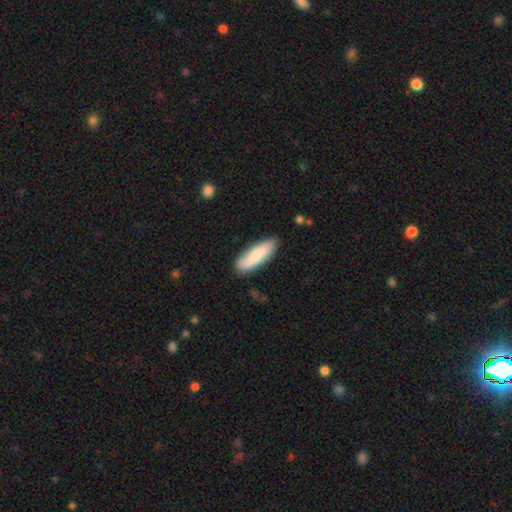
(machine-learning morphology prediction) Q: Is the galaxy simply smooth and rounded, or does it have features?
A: smooth — 78%.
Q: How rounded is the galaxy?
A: in between — 50%.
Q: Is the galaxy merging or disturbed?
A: none — 82%.